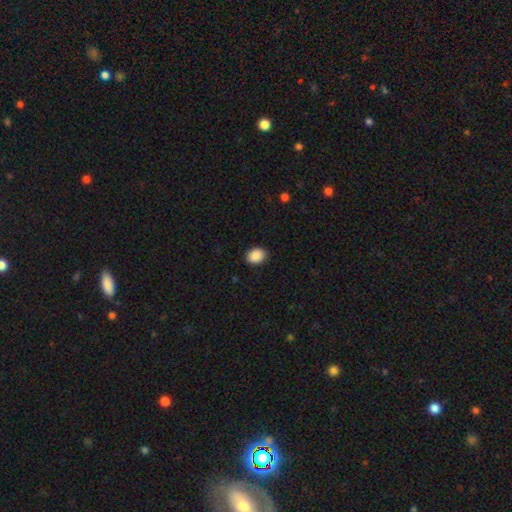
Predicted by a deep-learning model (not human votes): smooth-or-featured: smooth: 90% | star or artifact: 8% | featured or disk: 3%
  how-rounded: in between: 61% | round: 38% | cigar-shaped: 1%
  merging: none: 88% | minor disturbance: 9% | major disturbance: 2% | merger: 1%